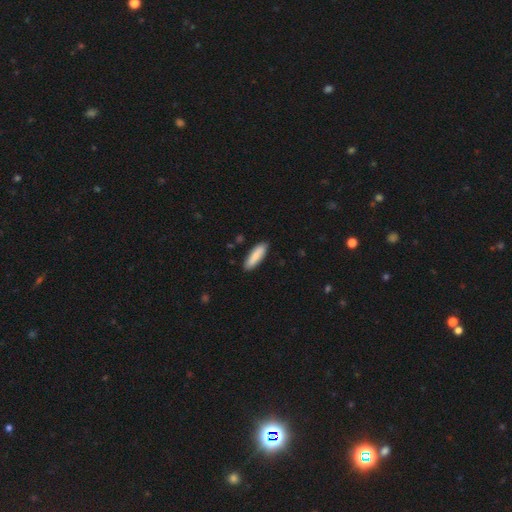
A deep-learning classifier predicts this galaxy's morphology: Overall: smooth (86%). How rounded: cigar-shaped (54%; in between 45%). Merging: none (87%).